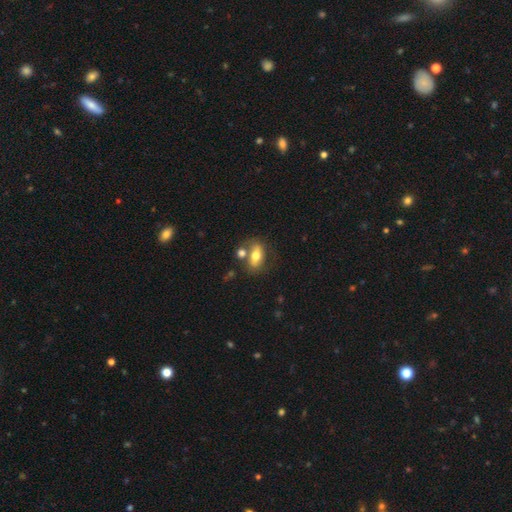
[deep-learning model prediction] smooth_or_featured: smooth (p=0.63) [alt: featured or disk p=0.29]
how_rounded: in between (p=0.79) [alt: round p=0.12]
merging: none (p=0.56) [alt: merger p=0.23]